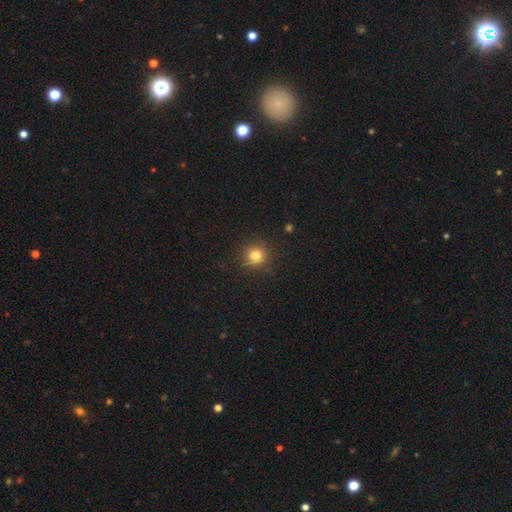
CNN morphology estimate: smooth_or_featured: smooth (p=0.79) [alt: star or artifact p=0.14]
how_rounded: round (p=0.94) [alt: in between p=0.05]
merging: none (p=0.89) [alt: minor disturbance p=0.07]